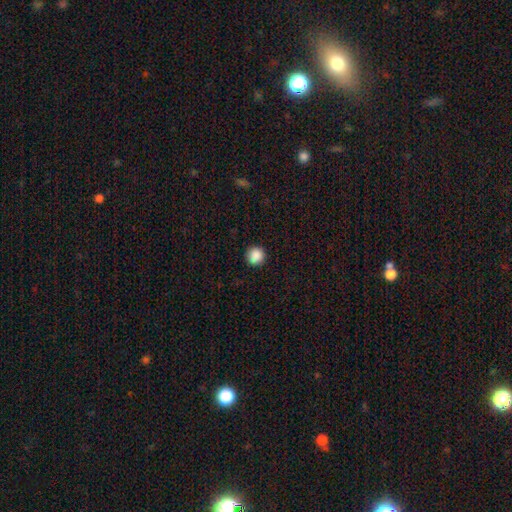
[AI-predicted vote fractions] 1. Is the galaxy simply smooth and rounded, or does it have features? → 88% smooth, 10% star or artifact, 3% featured or disk.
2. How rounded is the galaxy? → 94% round, 5% in between, 1% cigar-shaped.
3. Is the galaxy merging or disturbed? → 91% none, 6% minor disturbance, 2% major disturbance, 1% merger.